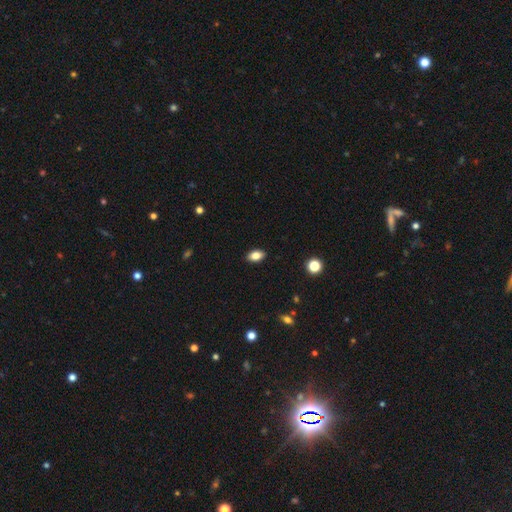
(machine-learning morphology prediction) Smooth or featured? smooth (83%)
How rounded? in between (88%)
Merging? none (89%)